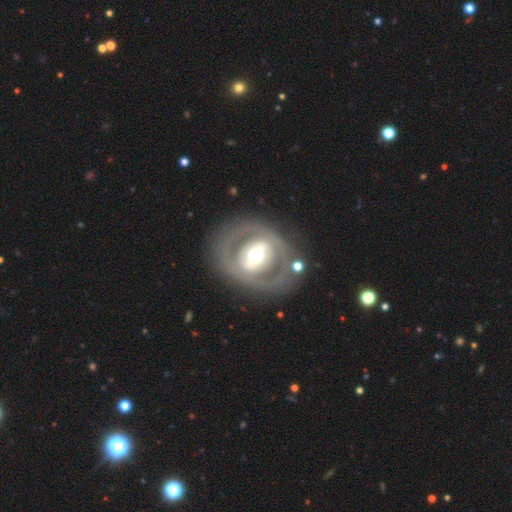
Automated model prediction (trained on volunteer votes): Overall: featured or disk (70%). Edge-on disk: no (94%). Bar: strong (42%; no 31%). Spiral arms: no (75%). Bulge size: moderate (63%). Merging: none (75%).